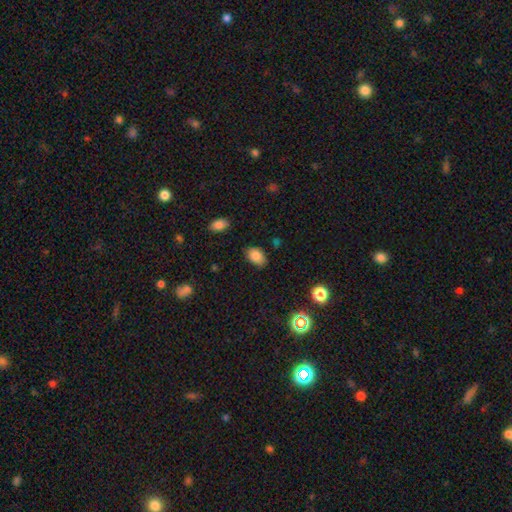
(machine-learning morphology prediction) Smooth or featured: smooth — 84% (star or artifact — 9%)
How rounded: in between — 87% (round — 12%)
Merging: none — 82% (minor disturbance — 14%)